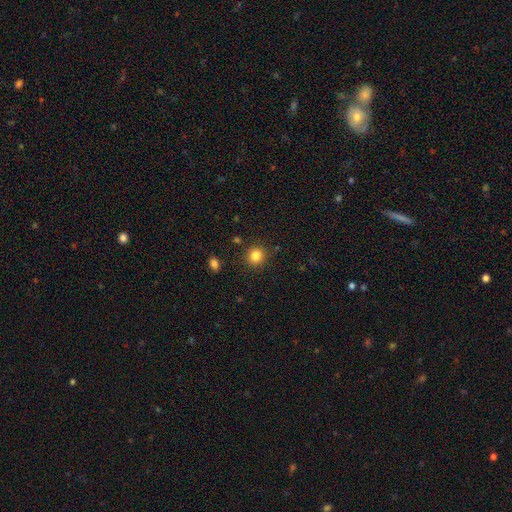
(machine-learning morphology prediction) Q: Smooth or featured?
A: smooth (84%); runner-up: star or artifact (12%)
Q: How rounded?
A: round (84%); runner-up: in between (15%)
Q: Merging?
A: none (88%); runner-up: minor disturbance (8%)